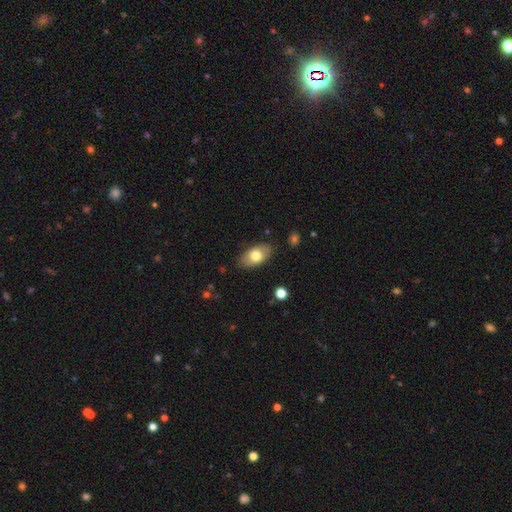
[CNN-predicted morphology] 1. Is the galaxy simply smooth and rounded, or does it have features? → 73% smooth, 20% featured or disk, 7% star or artifact.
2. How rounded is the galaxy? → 92% in between, 6% round, 2% cigar-shaped.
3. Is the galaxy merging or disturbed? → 85% none, 12% minor disturbance, 3% major disturbance, 1% merger.